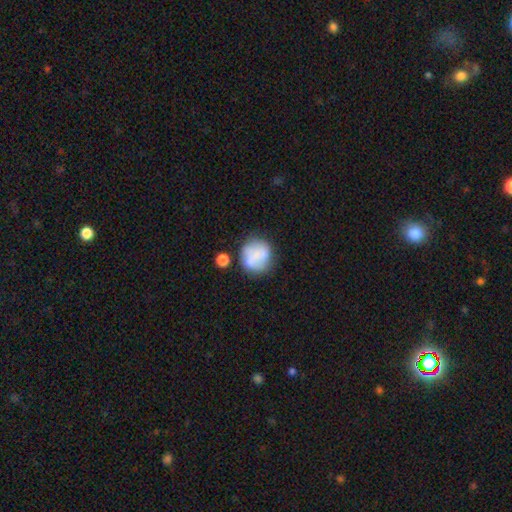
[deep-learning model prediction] smooth_or_featured: smooth (p=0.65) [alt: featured or disk p=0.26]
how_rounded: round (p=0.86) [alt: in between p=0.13]
merging: none (p=0.55) [alt: minor disturbance p=0.20]